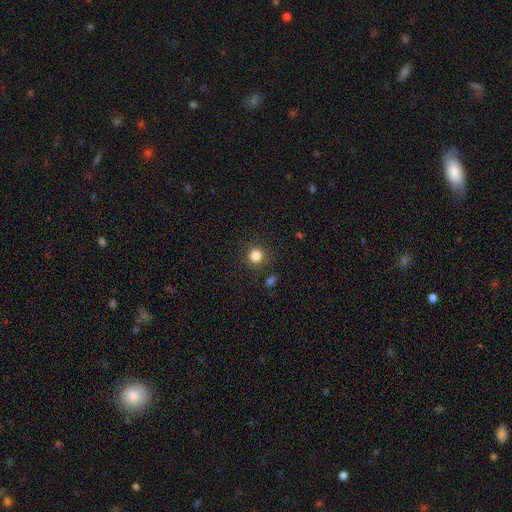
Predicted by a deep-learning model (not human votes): The model was most divided on "smooth or featured": smooth: 83%, star or artifact: 12%, featured or disk: 4%. More confident: how rounded — round (91%); merging — none (87%).